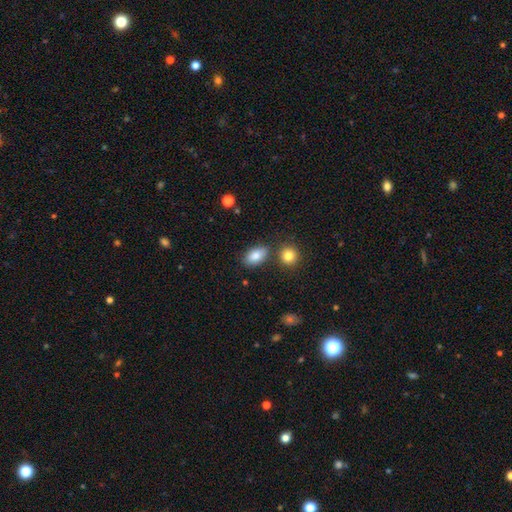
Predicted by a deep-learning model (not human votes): smooth 84%, featured or disk 8%, star or artifact 8%. Down the decision tree: how rounded — in between (90%); merging — none (76%).